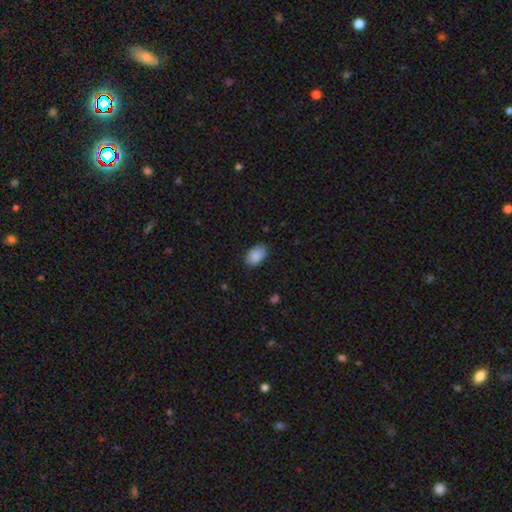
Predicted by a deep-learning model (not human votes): This appears to be a smooth galaxy with no disk features (89%) that is in between round and cigar-shaped (89%). Merging: none (79%).